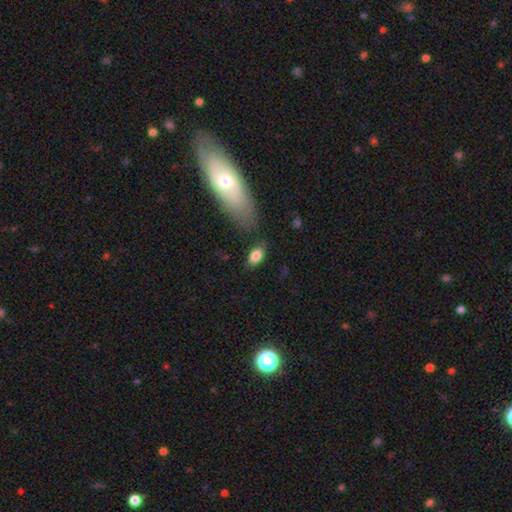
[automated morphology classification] A smooth galaxy with no disk features (82%) that is in between round and cigar-shaped (89%). Merging: none (76%).